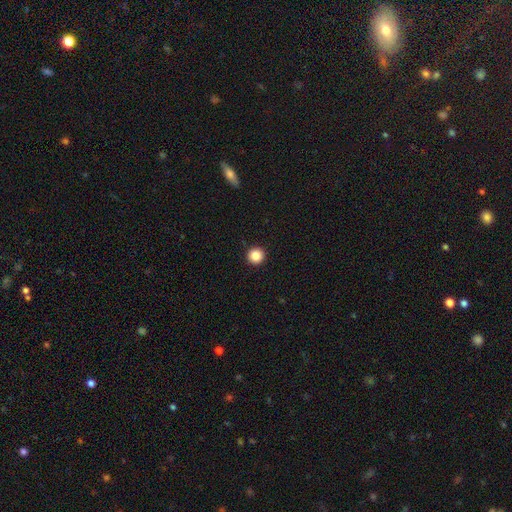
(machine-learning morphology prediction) Smooth or featured?
  - smooth: 86% *
  - star or artifact: 10%
  - featured or disk: 4%
How rounded?
  - round: 96% *
  - in between: 3%
  - cigar-shaped: 1%
Merging?
  - none: 94% *
  - minor disturbance: 4%
  - major disturbance: 1%
  - merger: 1%